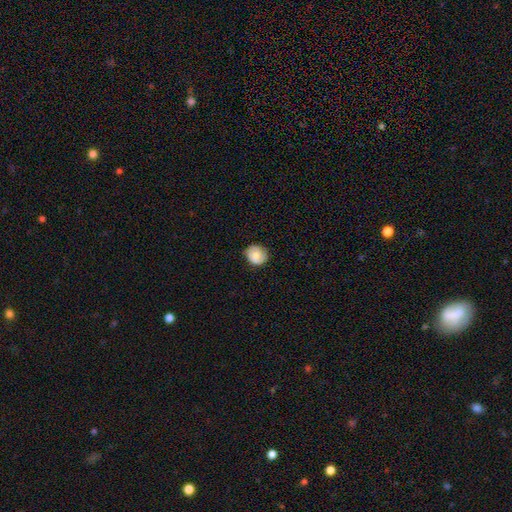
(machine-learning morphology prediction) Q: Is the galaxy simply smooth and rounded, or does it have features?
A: smooth — 60%.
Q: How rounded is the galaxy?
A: round — 79%.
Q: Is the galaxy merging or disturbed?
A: none — 78%.